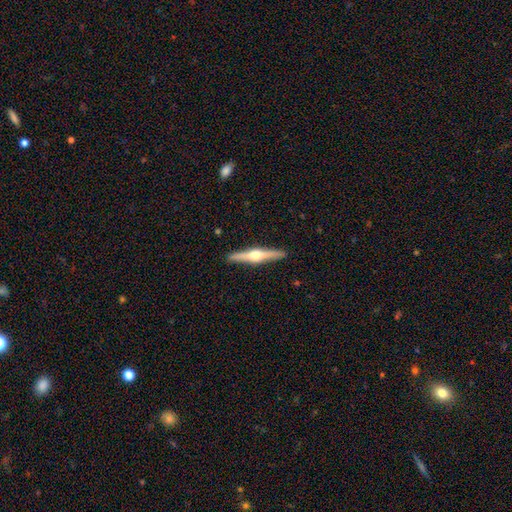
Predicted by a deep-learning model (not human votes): A featured or disk galaxy (74%) viewed edge-on (98%) with a rounded central bulge (95%). Merging: none (92%).